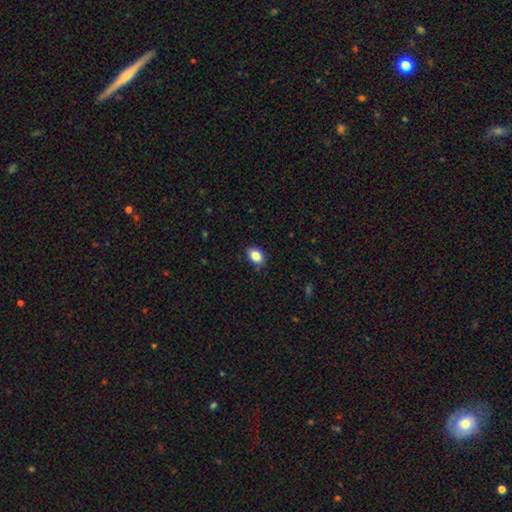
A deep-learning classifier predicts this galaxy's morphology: Smooth or featured? smooth (86%)
How rounded? in between (83%)
Merging? none (87%)